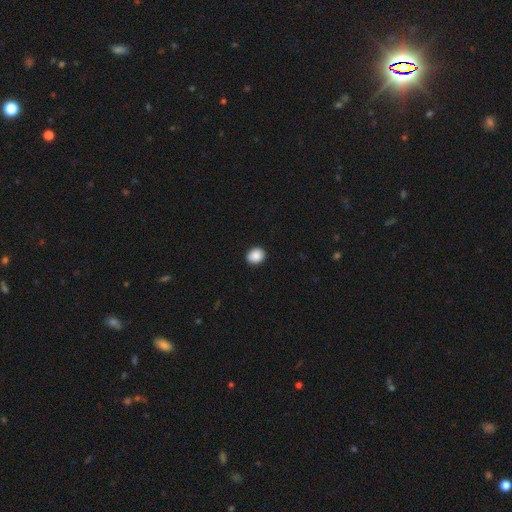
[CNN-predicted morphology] smooth 89%, star or artifact 8%, featured or disk 3%. Down the decision tree: how rounded — round (63%); merging — none (90%).